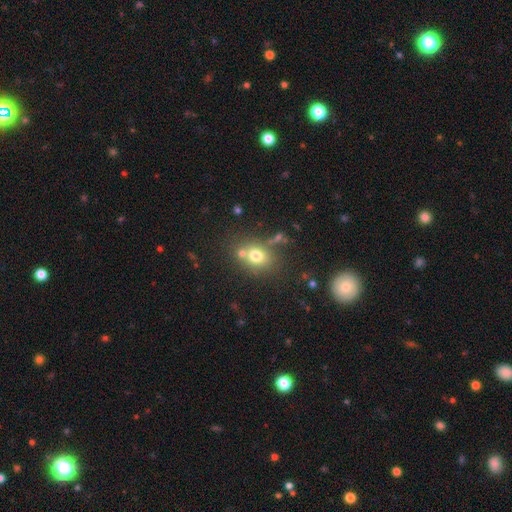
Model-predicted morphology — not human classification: This appears to be a smooth galaxy with no disk features (71%) that is round (56%). Merging: none (61%).